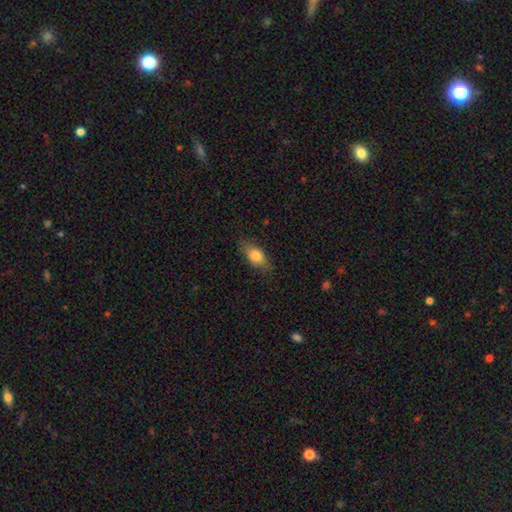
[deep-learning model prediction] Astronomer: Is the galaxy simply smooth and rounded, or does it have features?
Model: smooth — 76%.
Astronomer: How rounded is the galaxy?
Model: in between — 82%.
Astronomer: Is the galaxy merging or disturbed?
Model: none — 81%.